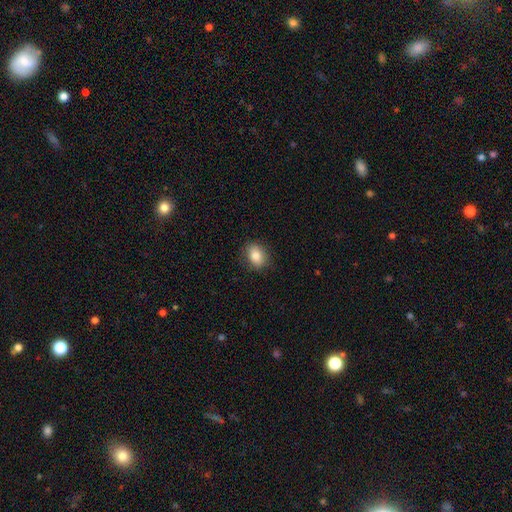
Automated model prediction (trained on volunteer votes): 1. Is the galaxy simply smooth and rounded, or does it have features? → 83% smooth, 9% star or artifact, 8% featured or disk.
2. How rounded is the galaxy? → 68% in between, 31% round, 1% cigar-shaped.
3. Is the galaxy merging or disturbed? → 86% none, 10% minor disturbance, 2% major disturbance, 1% merger.